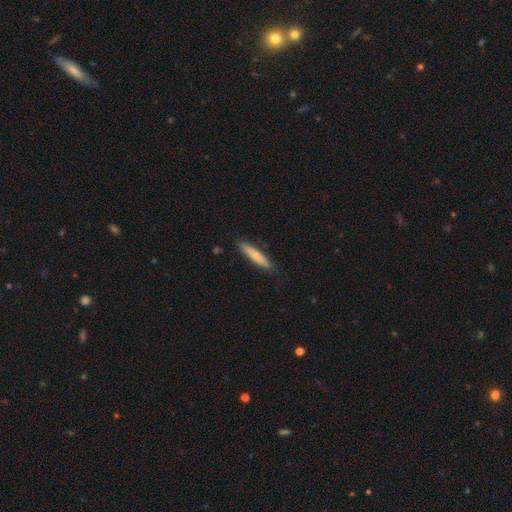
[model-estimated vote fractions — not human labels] This is likely a smooth galaxy (67%). How rounded: clearly cigar-shaped (85%). Merging: clearly none (83%).